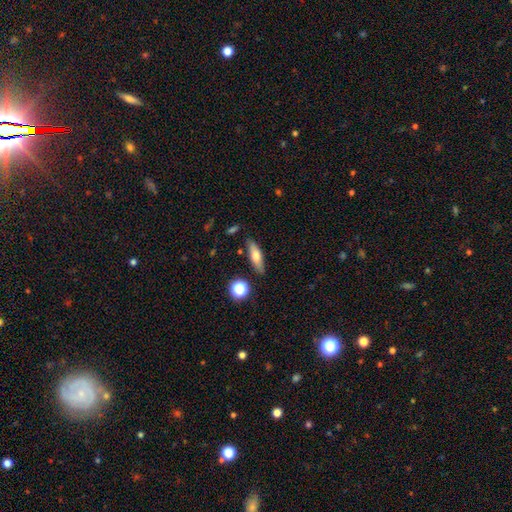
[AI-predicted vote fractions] A smooth galaxy with no disk features (66%) that is in between round and cigar-shaped (48%). Merging: none (83%).